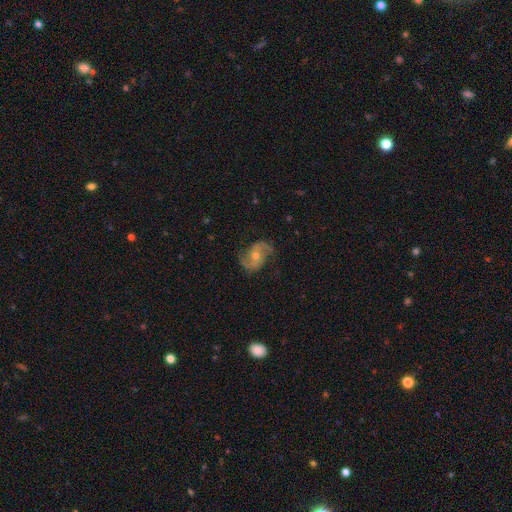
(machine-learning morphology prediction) Overall: featured or disk (84%). Edge-on disk: no (97%). Bar: no (56%; weak 34%). Spiral arms: yes (96%). Spiral arm count: 2 (89%). Spiral winding: medium (48%; loose 35%). Bulge size: moderate (56%; small 39%). Merging: none (77%).